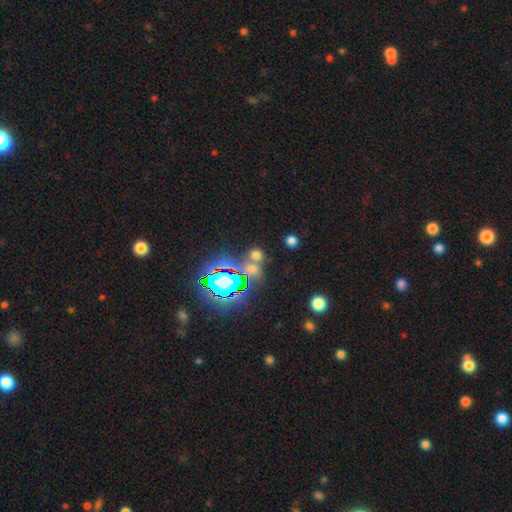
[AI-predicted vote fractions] smooth-or-featured: smooth: 52% | star or artifact: 38% | featured or disk: 9%
  how-rounded: round: 77% | in between: 21% | cigar-shaped: 2%
  merging: none: 62% | merger: 25% | minor disturbance: 8% | major disturbance: 5%